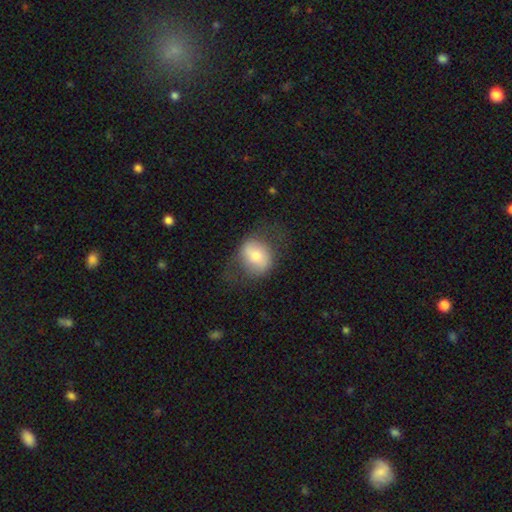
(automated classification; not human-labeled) The model was most divided on "how rounded": round: 56%, in between: 42%, cigar-shaped: 1%. More confident: smooth or featured — smooth (65%); merging — none (63%).